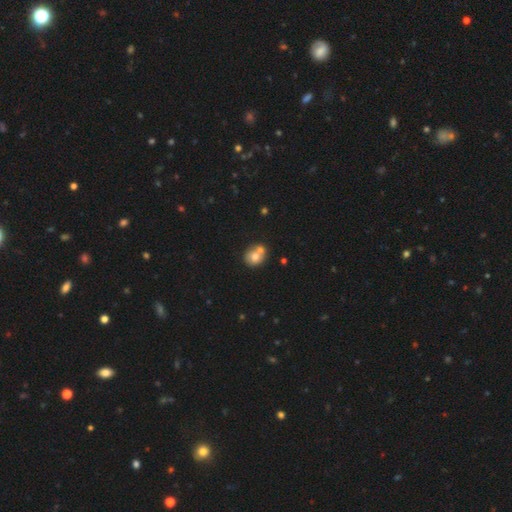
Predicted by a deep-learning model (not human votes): This is likely a smooth galaxy (69%). How rounded: likely round (68%). Merging: possibly merger (50%).